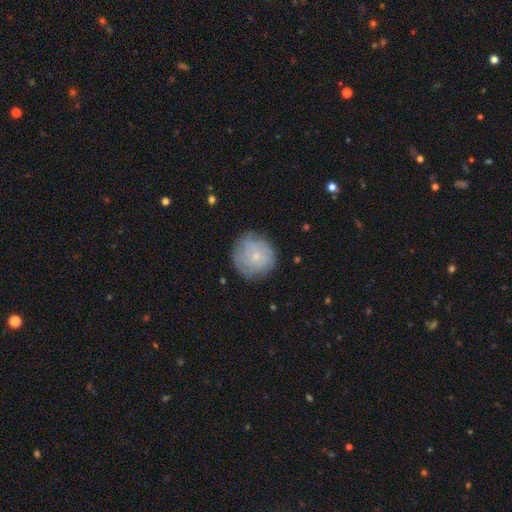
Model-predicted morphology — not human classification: Q: Smooth or featured?
A: featured or disk (49%); runner-up: smooth (42%)
Q: Merging?
A: none (75%); runner-up: minor disturbance (17%)